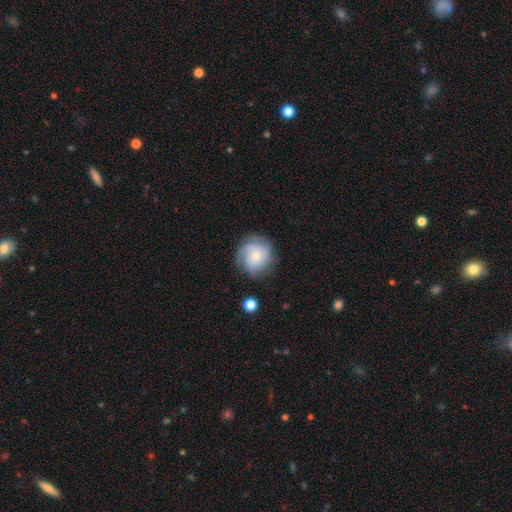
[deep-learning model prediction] This appears to be a featured or disk galaxy (57%) with no bar (78%), spiral arms (88%) and a small central bulge (59%). Merging: none (77%).